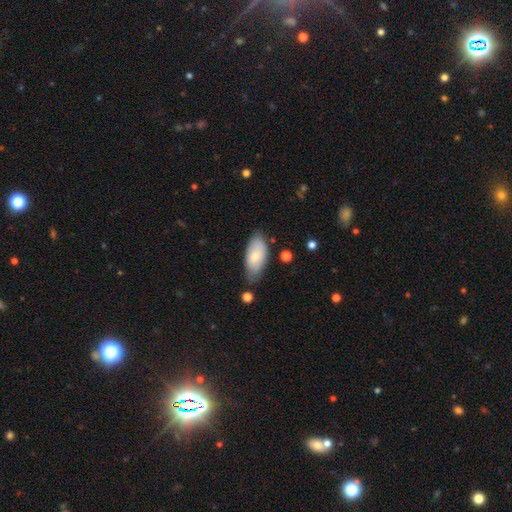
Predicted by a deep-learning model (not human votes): A smooth galaxy with no disk features (73%) that is in between round and cigar-shaped (92%). Merging: none (70%).